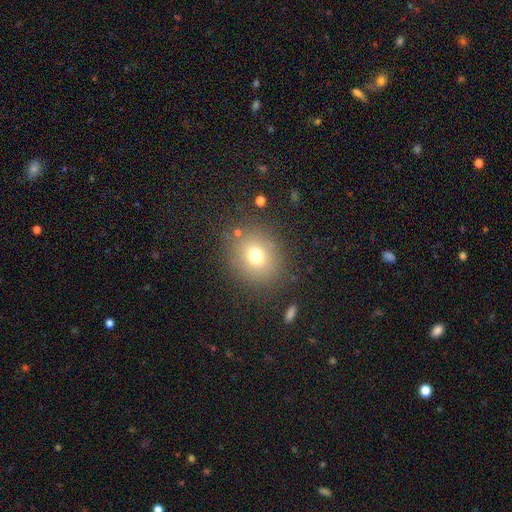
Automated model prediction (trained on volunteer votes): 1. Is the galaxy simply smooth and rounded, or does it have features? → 72% smooth, 16% star or artifact, 13% featured or disk.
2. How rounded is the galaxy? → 74% round, 25% in between, 1% cigar-shaped.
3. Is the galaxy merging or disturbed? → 82% none, 10% minor disturbance, 5% major disturbance, 3% merger.